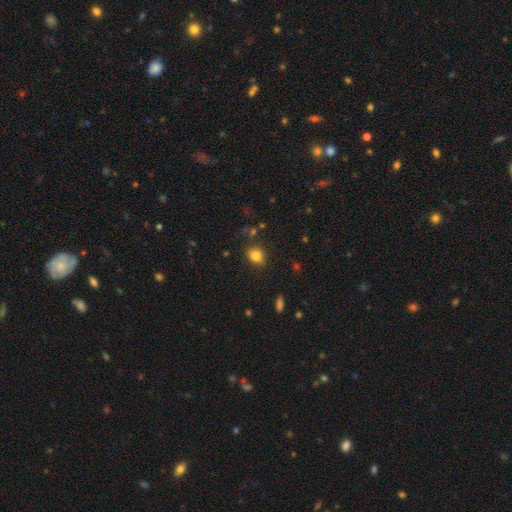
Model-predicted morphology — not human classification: smooth_or_featured: smooth (p=0.84) [alt: star or artifact p=0.11]
how_rounded: in between (p=0.53) [alt: round p=0.46]
merging: none (p=0.79) [alt: minor disturbance p=0.13]